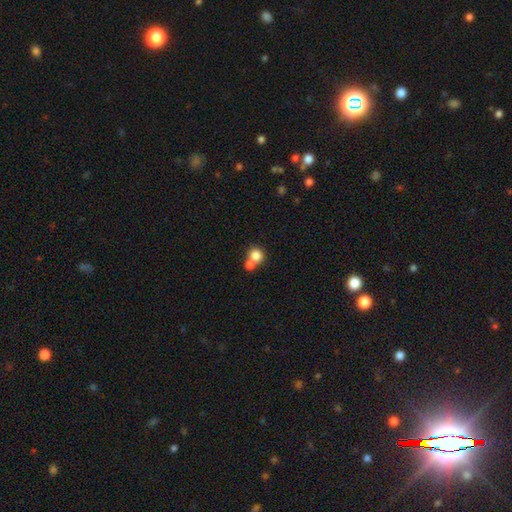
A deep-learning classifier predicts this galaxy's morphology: Overall: smooth (80%). How rounded: round (83%). Merging: merger (54%; none 37%).